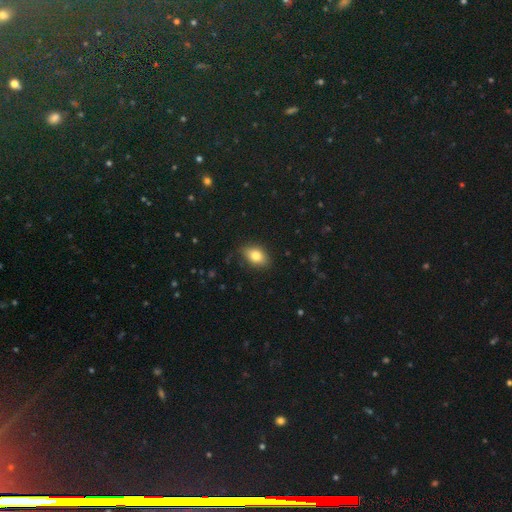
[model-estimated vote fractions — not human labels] This appears to be a smooth galaxy with no disk features (81%) that is in between round and cigar-shaped (83%). Merging: none (81%).